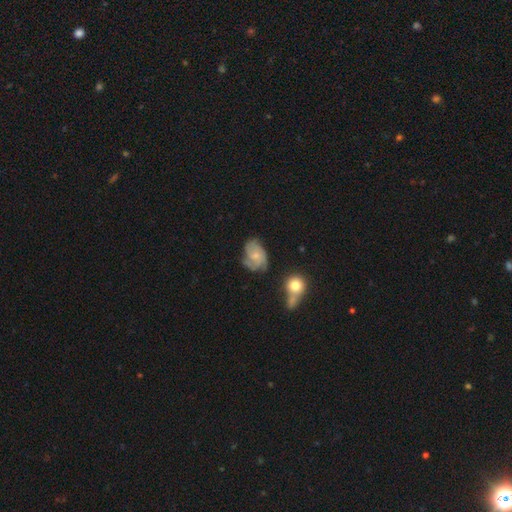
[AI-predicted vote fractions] The model was most divided on "spiral winding": tight: 44%, medium: 40%, loose: 16%. Remaining: edge-on disk — no (97%); spiral arms — yes (86%); bar — no (76%); smooth or featured — featured or disk (63%); bulge size — small (55%); merging — none (51%); spiral arm count — 3 (35%).